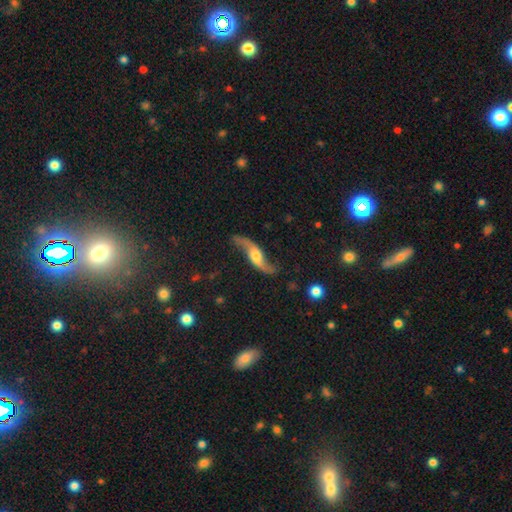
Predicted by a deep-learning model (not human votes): A featured or disk galaxy (84%) with no bar (60%), 2 (94%) loose (92%) spiral arms (95%) and a moderate central bulge (61%).

Vote fractions:
- Smooth or featured? featured or disk: 84% / smooth: 11% / star or artifact: 5%
- Edge-on disk? no: 80% / yes: 20%
- Bar? no: 60% / weak: 30% / strong: 11%
- Spiral arms? yes: 95% / no: 5%
- Spiral winding? loose: 92% / medium: 6% / tight: 2%
- Spiral arm count? 2: 94% / 1: 2% / can't tell: 2% / 3: 1% / 4: 1% / more than 4: 1%
- Bulge size? moderate: 61% / small: 20% / large: 13% / none: 3% / dominant: 2%
- Merging? none: 72% / minor disturbance: 17% / major disturbance: 8% / merger: 3%